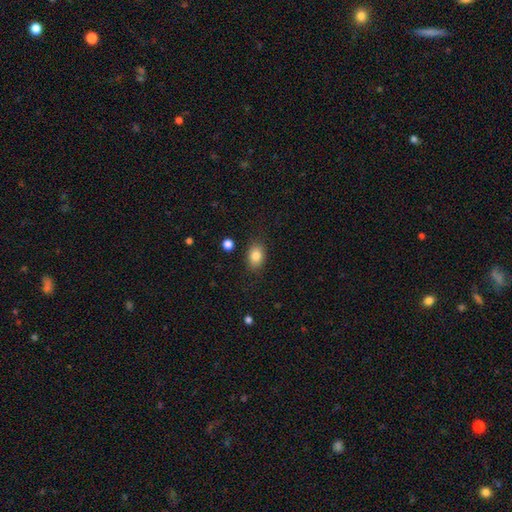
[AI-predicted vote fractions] A smooth galaxy with no disk features (84%) that is in between round and cigar-shaped (78%). Merging: none (84%).